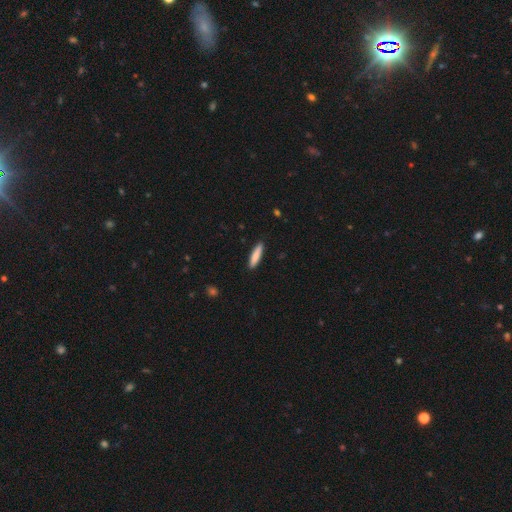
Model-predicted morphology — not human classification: A smooth galaxy with no disk features (85%) that is cigar-shaped (83%). Merging: none (90%).